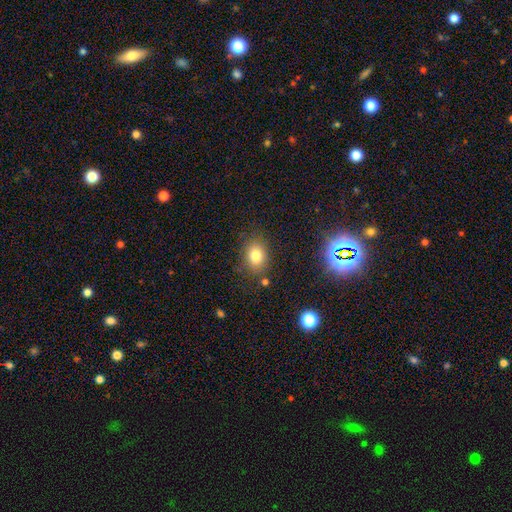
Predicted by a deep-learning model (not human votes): This is likely a smooth galaxy (80%). How rounded: likely in between (61%). Merging: likely none (80%).